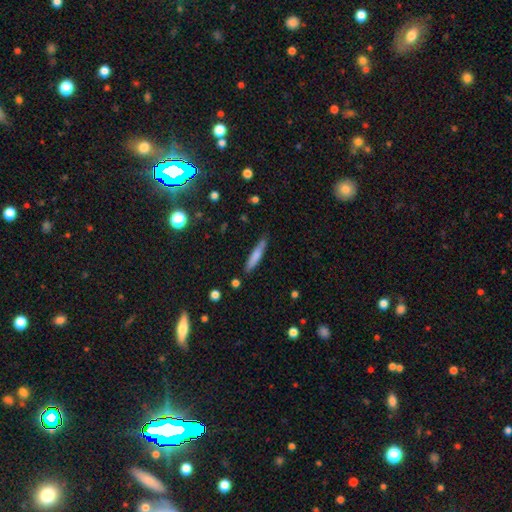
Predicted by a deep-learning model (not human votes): Smooth or featured?
  - smooth: 71% *
  - featured or disk: 23%
  - star or artifact: 6%
How rounded?
  - cigar-shaped: 88% *
  - in between: 10%
  - round: 1%
Merging?
  - none: 81% *
  - minor disturbance: 14%
  - major disturbance: 2%
  - merger: 2%